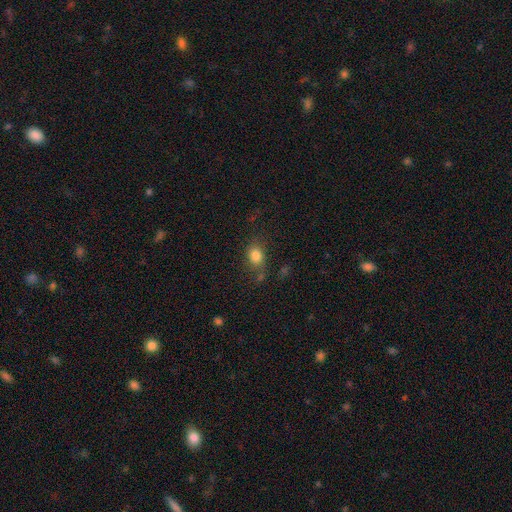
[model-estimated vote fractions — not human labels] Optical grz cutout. It shows a smooth galaxy with no disk features (82%) that is in between round and cigar-shaped (56%). Merging: none (67%).